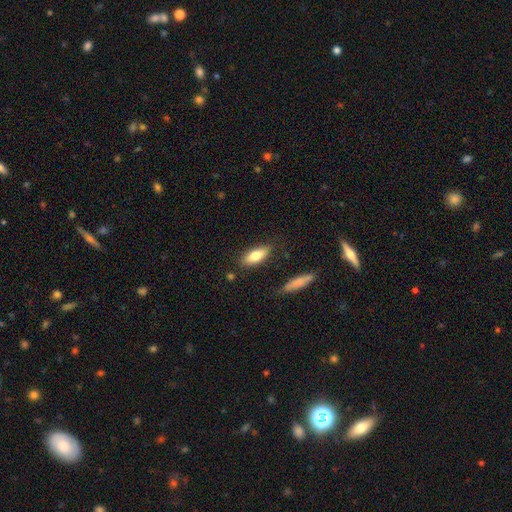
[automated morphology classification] This is likely a smooth galaxy (75%). How rounded: likely in between (71%). Merging: clearly none (81%).